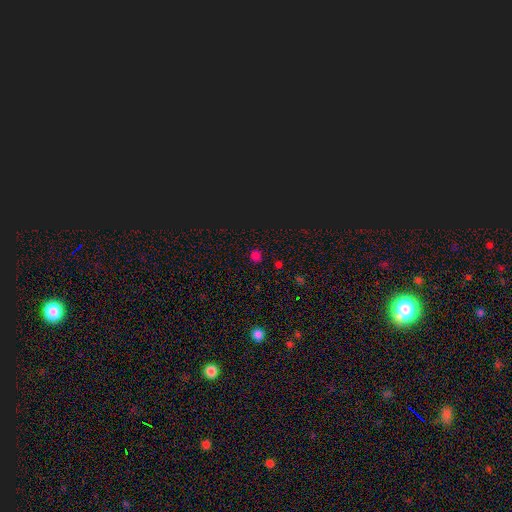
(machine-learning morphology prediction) This appears to be a smooth galaxy with no disk features (66%) that is round (81%). Merging: none (87%).